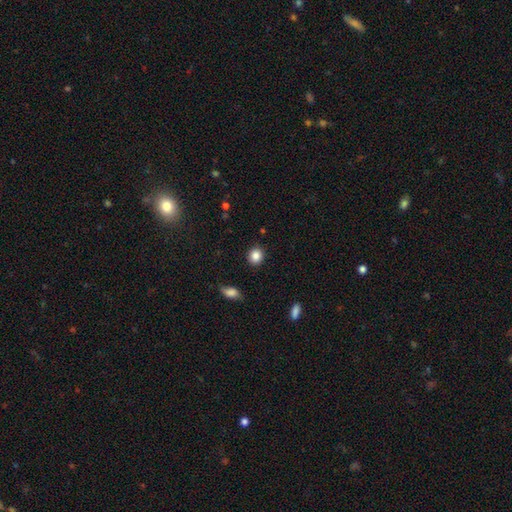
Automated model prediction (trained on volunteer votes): This is clearly a smooth galaxy (86%). How rounded: clearly round (83%). Merging: clearly none (90%).